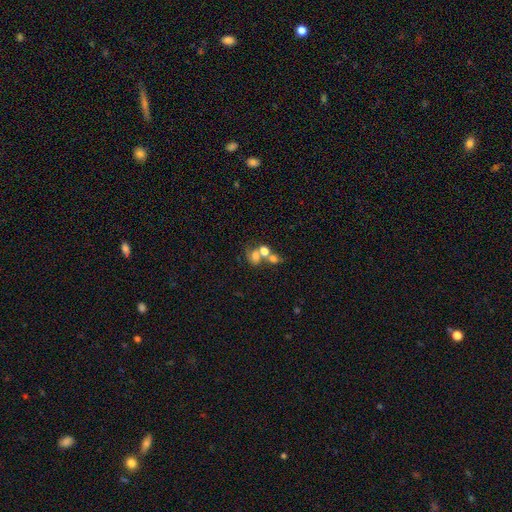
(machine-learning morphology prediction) smooth_or_featured: smooth (p=0.58) [alt: featured or disk p=0.27]
how_rounded: in between (p=0.54) [alt: round p=0.44]
merging: merger (p=0.60) [alt: none p=0.22]